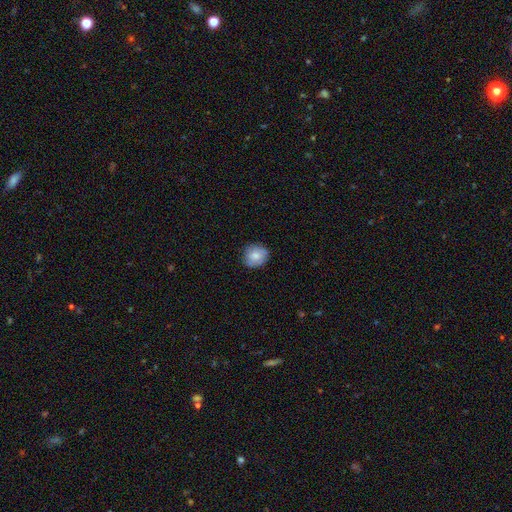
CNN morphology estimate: Smooth or featured: smooth — 78% (featured or disk — 14%)
How rounded: round — 76% (in between — 23%)
Merging: none — 80% (minor disturbance — 16%)